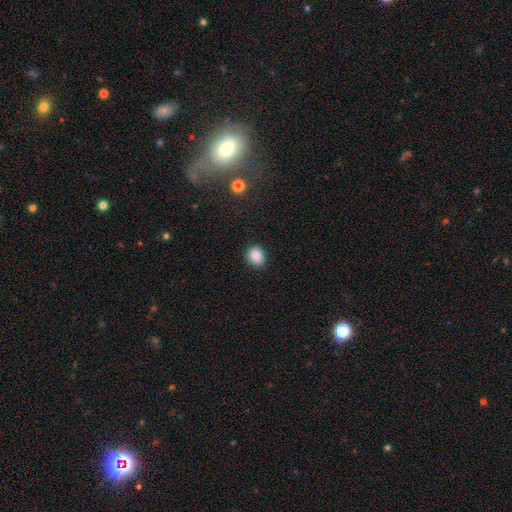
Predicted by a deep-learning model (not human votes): smooth_or_featured: smooth (p=0.85) [alt: star or artifact p=0.10]
how_rounded: round (p=0.71) [alt: in between p=0.28]
merging: none (p=0.87) [alt: minor disturbance p=0.09]